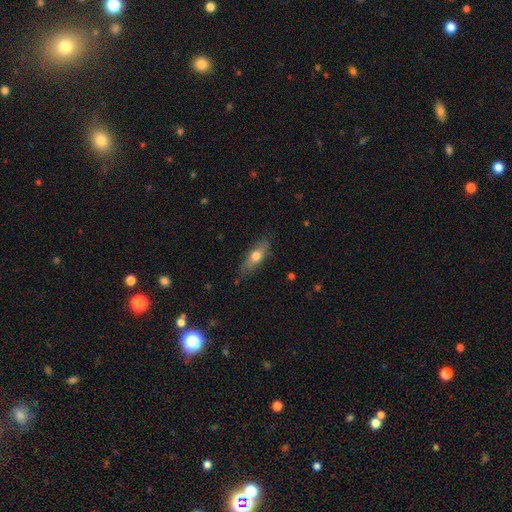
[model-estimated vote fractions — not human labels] smooth 65%, featured or disk 28%, star or artifact 7%. Down the decision tree: how rounded — in between (60%); merging — none (77%).